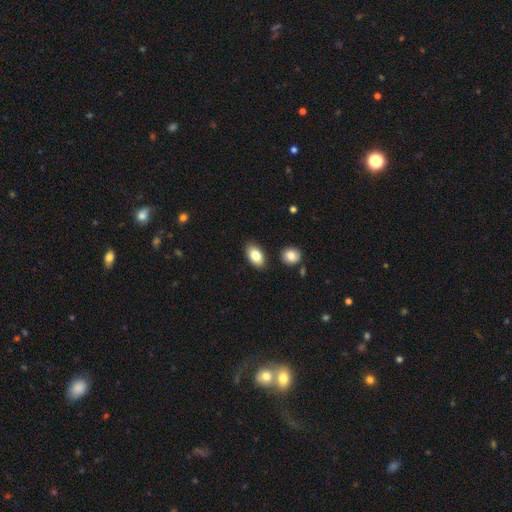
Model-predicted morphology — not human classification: A smooth galaxy with no disk features (83%) that is in between round and cigar-shaped (92%). Merging: none (85%).